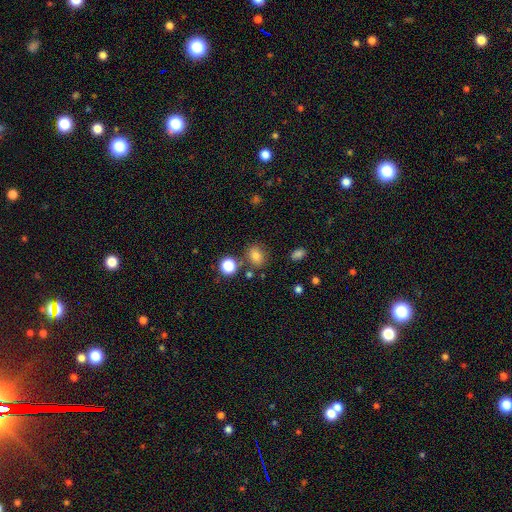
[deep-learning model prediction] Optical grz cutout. It shows a smooth galaxy with no disk features (79%) that is round (59%). Merging: none (76%).